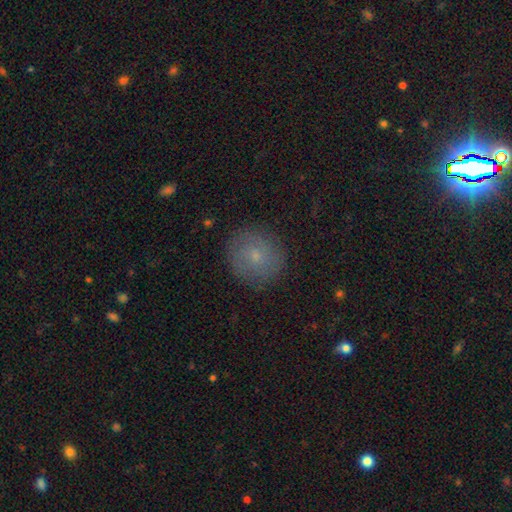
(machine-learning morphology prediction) smooth-or-featured: smooth: 62% | featured or disk: 25% | star or artifact: 13%
  how-rounded: round: 82% | in between: 17% | cigar-shaped: 1%
  merging: none: 85% | minor disturbance: 11% | major disturbance: 3% | merger: 1%